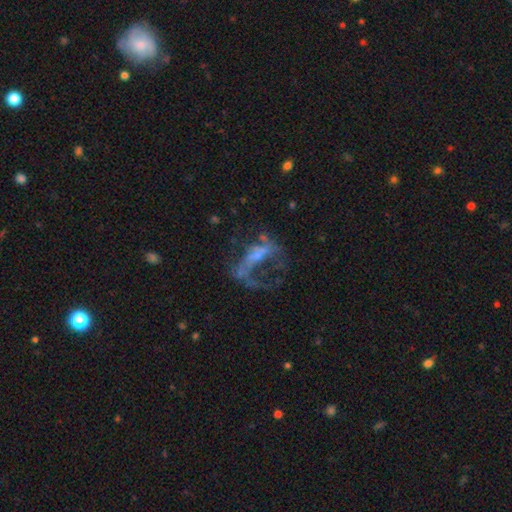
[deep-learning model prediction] Smooth or featured?
  - featured or disk: 64% *
  - smooth: 20%
  - star or artifact: 16%
Edge-on disk?
  - no: 95% *
  - yes: 5%
Bar?
  - no: 65% *
  - weak: 23%
  - strong: 12%
Spiral arms?
  - no: 65% *
  - yes: 35%
Bulge size?
  - small: 48% *
  - none: 35%
  - moderate: 13%
  - large: 2%
  - dominant: 1%
Merging?
  - major disturbance: 51% *
  - none: 27%
  - minor disturbance: 13%
  - merger: 9%